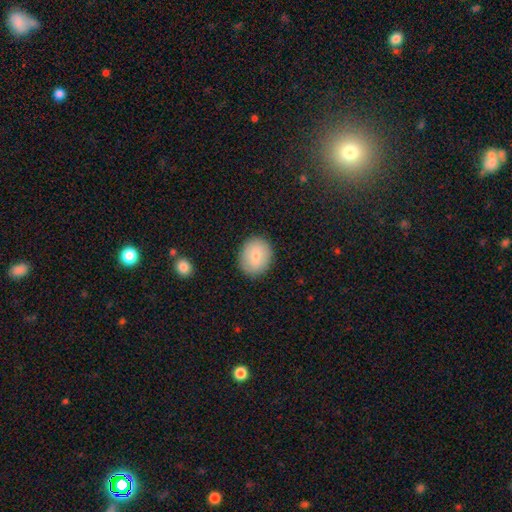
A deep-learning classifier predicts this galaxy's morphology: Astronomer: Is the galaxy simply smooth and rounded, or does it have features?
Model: smooth — 75%.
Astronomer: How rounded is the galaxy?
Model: round — 63%.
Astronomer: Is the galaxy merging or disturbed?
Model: none — 87%.